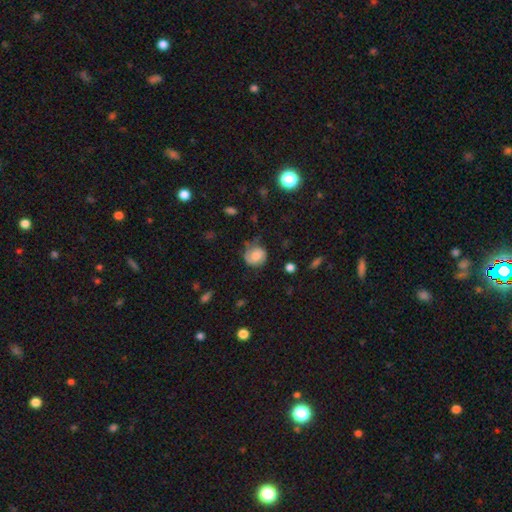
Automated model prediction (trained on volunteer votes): Smooth or featured?
  - smooth: 58% *
  - featured or disk: 33%
  - star or artifact: 9%
How rounded?
  - round: 78% *
  - in between: 21%
  - cigar-shaped: 1%
Merging?
  - none: 58% *
  - minor disturbance: 28%
  - major disturbance: 12%
  - merger: 2%